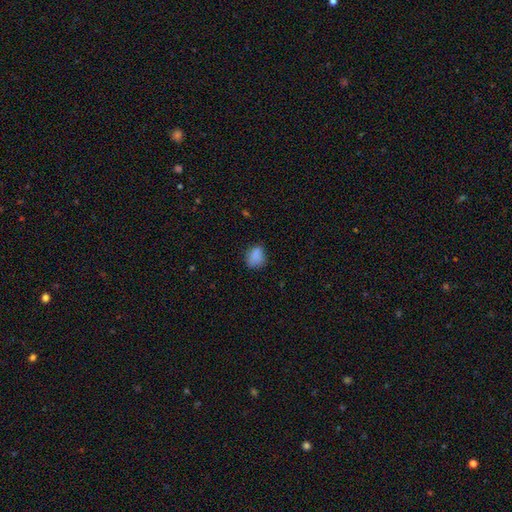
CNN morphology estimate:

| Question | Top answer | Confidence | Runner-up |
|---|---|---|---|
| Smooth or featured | smooth | 85% | star or artifact (10%) |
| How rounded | in between | 55% | round (44%) |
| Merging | none | 69% | minor disturbance (24%) |